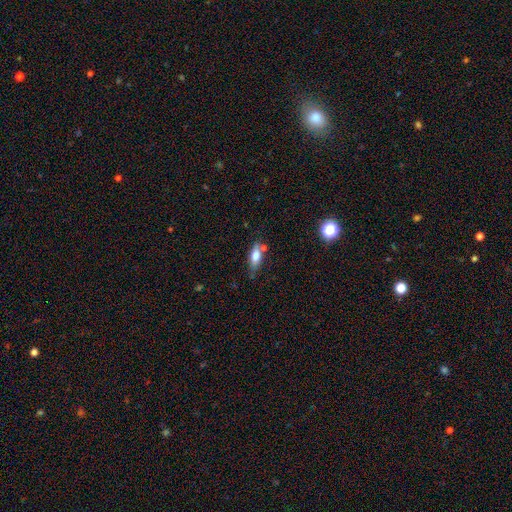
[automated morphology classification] This appears to be a smooth galaxy with no disk features (70%) that is in between round and cigar-shaped (73%). Merging: none (59%).